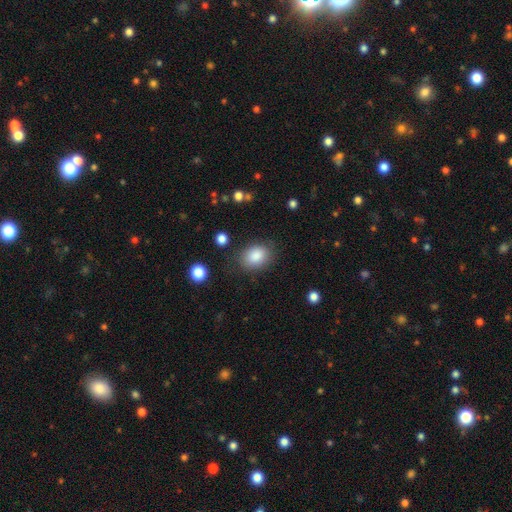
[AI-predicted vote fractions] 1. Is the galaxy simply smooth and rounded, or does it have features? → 86% smooth, 8% star or artifact, 6% featured or disk.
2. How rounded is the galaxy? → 67% in between, 32% round, 1% cigar-shaped.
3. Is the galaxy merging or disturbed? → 78% none, 14% minor disturbance, 5% major disturbance, 2% merger.